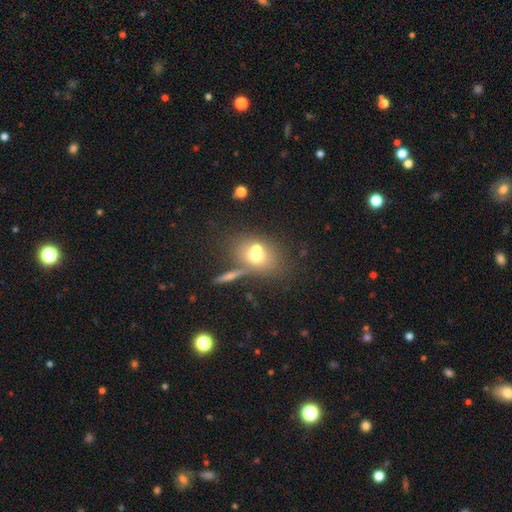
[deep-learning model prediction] This appears to be a smooth galaxy with no disk features (61%) that is round (52%). Merging: merger (46%).